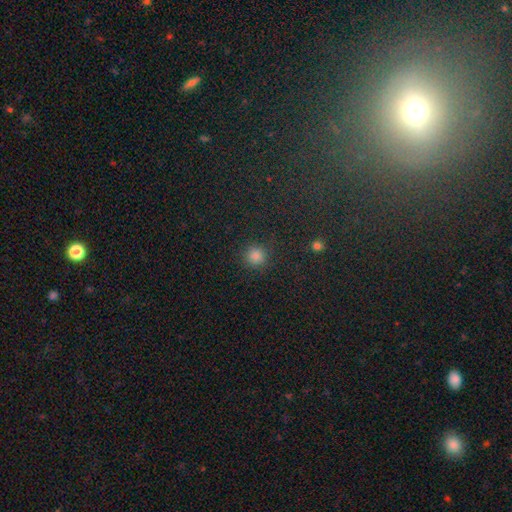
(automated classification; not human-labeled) This is clearly a smooth galaxy (81%). How rounded: clearly round (94%). Merging: clearly none (89%).